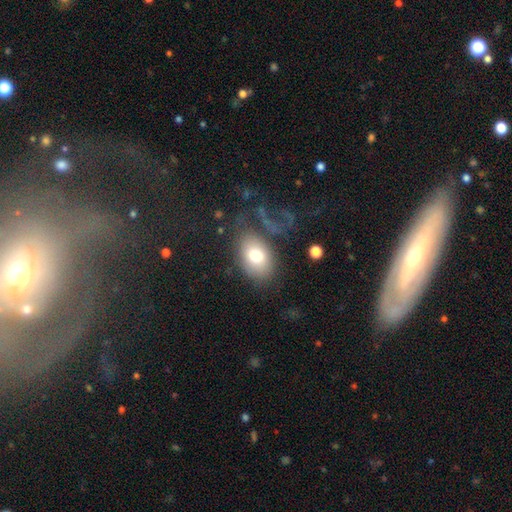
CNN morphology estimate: Overall: smooth (76%). How rounded: in between (81%). Merging: none (60%).